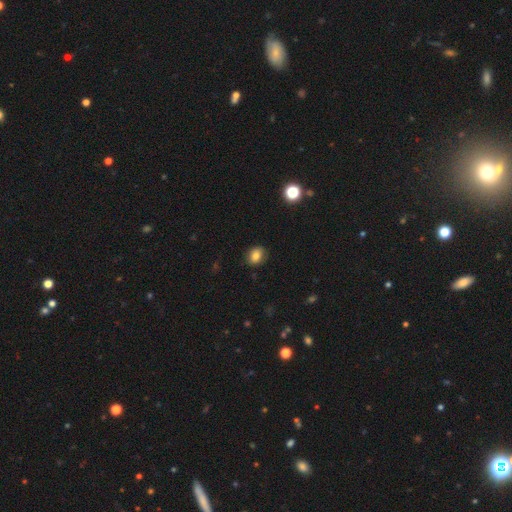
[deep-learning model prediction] smooth-or-featured: smooth: 81% | star or artifact: 11% | featured or disk: 8%
  how-rounded: round: 54% | in between: 45% | cigar-shaped: 1%
  merging: none: 85% | minor disturbance: 12% | major disturbance: 3% | merger: 1%